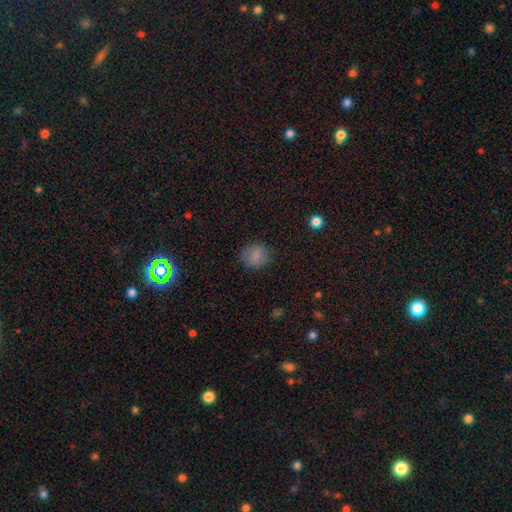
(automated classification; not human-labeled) Smooth or featured: smooth — 81% (star or artifact — 10%)
How rounded: round — 67% (in between — 31%)
Merging: none — 82% (minor disturbance — 13%)